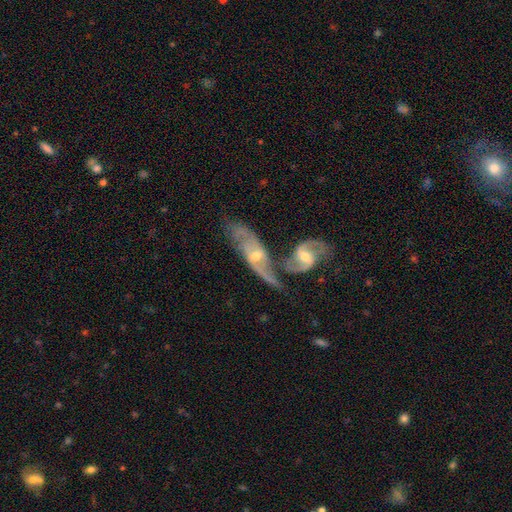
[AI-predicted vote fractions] Morphology: type=featured or disk (84%); edge-on=no (89%); bar=no (46%); spiral arms=yes (93%); winding=medium (48%); arm count=2 (79%); bulge=moderate (51%); merging=merger (49%).